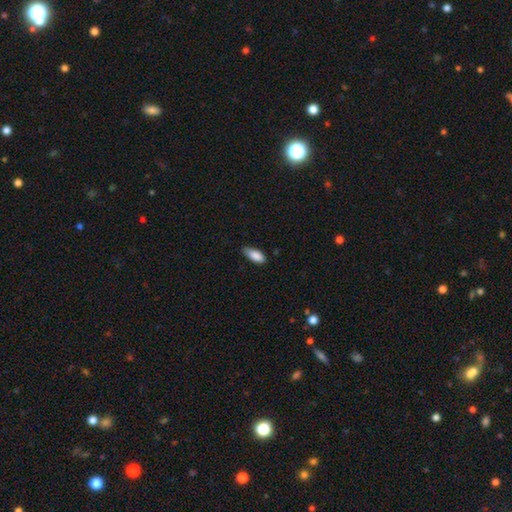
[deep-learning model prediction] Q: Smooth or featured?
A: smooth (88%); runner-up: star or artifact (6%)
Q: How rounded?
A: in between (84%); runner-up: cigar-shaped (14%)
Q: Merging?
A: none (69%); runner-up: minor disturbance (26%)